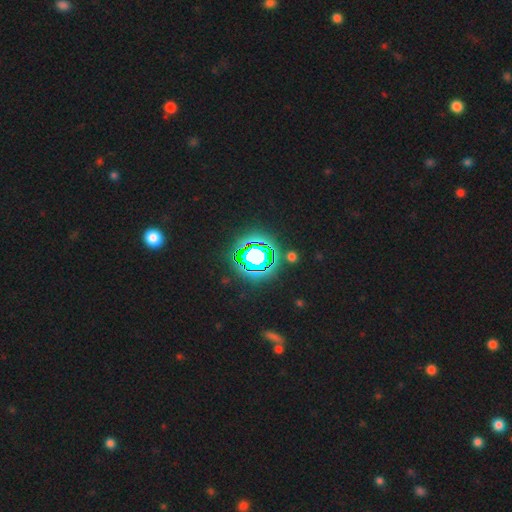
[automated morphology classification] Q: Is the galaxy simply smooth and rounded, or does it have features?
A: star or artifact — 69%.